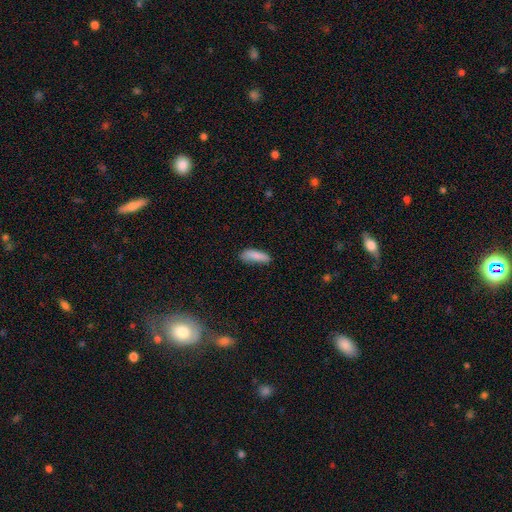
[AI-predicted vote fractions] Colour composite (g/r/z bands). It shows a smooth galaxy with no disk features (86%) that is in between round and cigar-shaped (53%). Merging: none (63%).